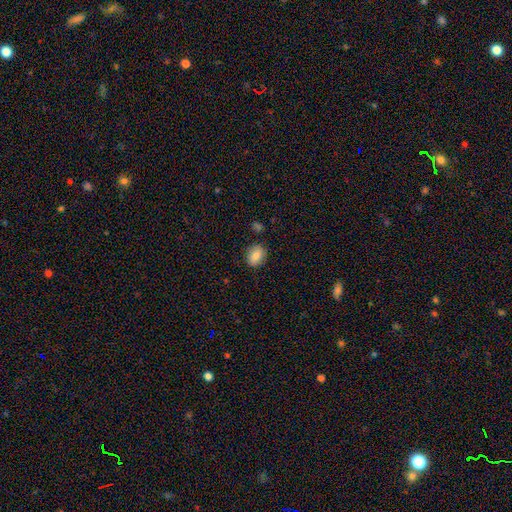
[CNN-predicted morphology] A smooth galaxy with no disk features (82%) that is in between round and cigar-shaped (60%).

Vote fractions:
- Smooth or featured? smooth: 82% / featured or disk: 10% / star or artifact: 8%
- How rounded? in between: 60% / round: 38% / cigar-shaped: 1%
- Merging? none: 83% / minor disturbance: 12% / major disturbance: 3% / merger: 2%